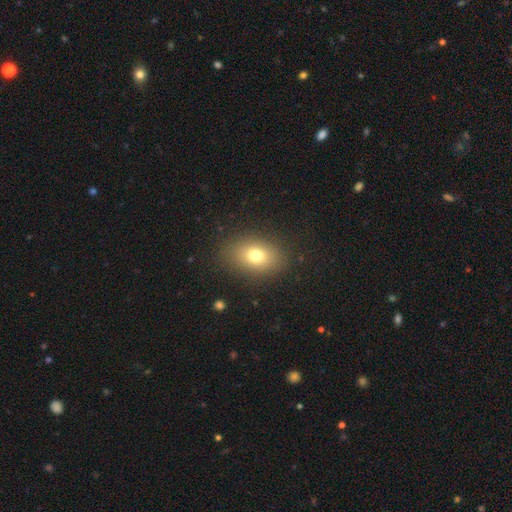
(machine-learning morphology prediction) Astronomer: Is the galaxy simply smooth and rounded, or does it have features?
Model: smooth — 74%.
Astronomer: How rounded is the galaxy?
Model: in between — 74%.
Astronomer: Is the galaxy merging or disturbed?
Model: none — 85%.